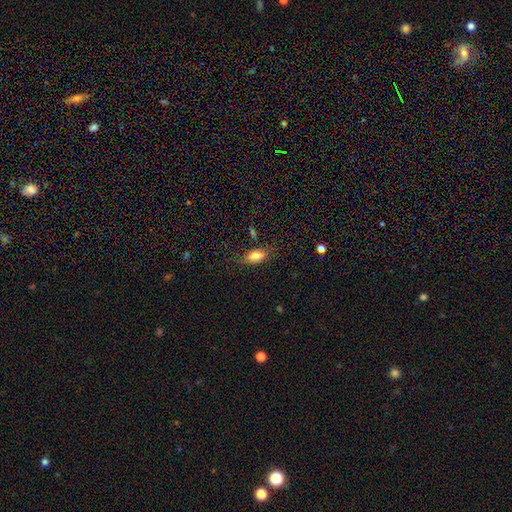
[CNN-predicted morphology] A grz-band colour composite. It shows a smooth galaxy with no disk features (80%) that is in between round and cigar-shaped (84%). Merging: none (73%).